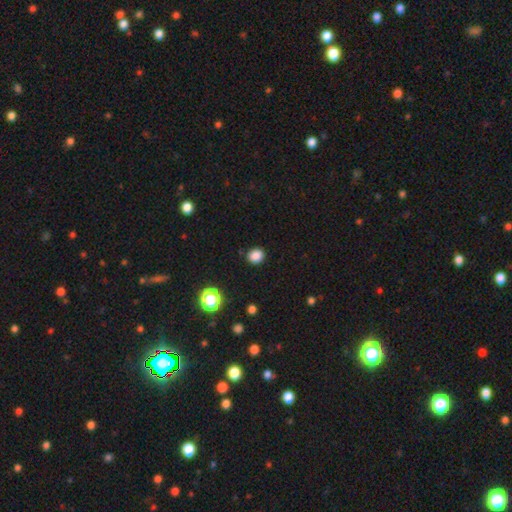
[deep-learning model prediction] Smooth or featured? smooth (85%)
How rounded? round (76%)
Merging? none (89%)